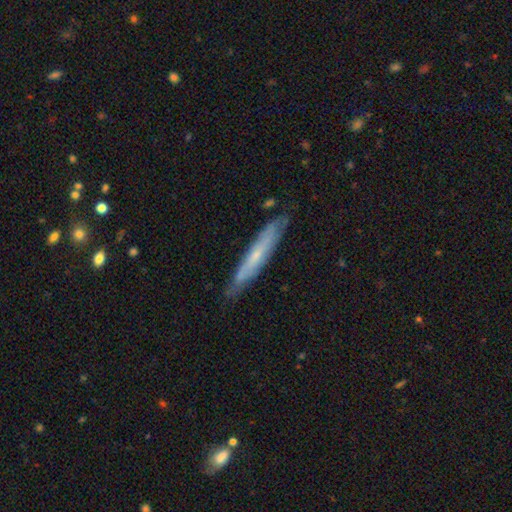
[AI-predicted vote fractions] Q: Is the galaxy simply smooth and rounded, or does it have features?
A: featured or disk — 51%.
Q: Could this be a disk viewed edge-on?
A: yes — 78%.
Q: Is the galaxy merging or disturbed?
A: none — 79%.